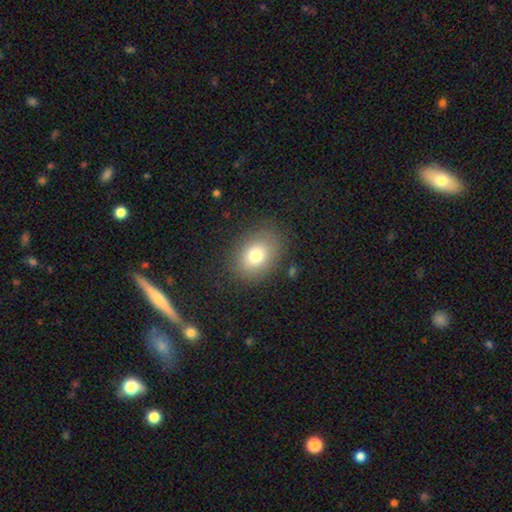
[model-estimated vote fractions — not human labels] Smooth or featured? Predicted: smooth (p=0.77). How rounded? Predicted: in between (p=0.57). Merging? Predicted: none (p=0.82).